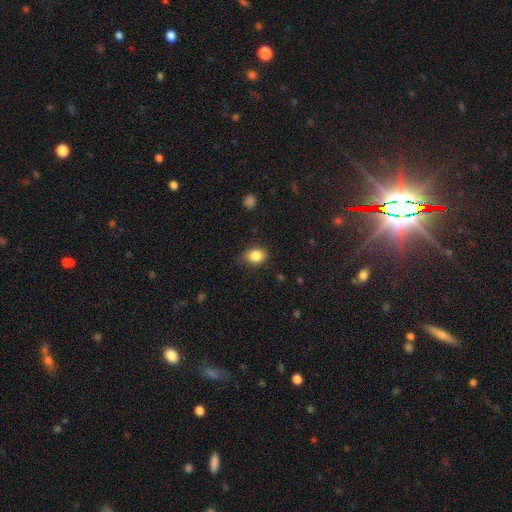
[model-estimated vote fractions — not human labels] Smooth or featured? smooth (85%)
How rounded? round (50%)
Merging? none (79%)